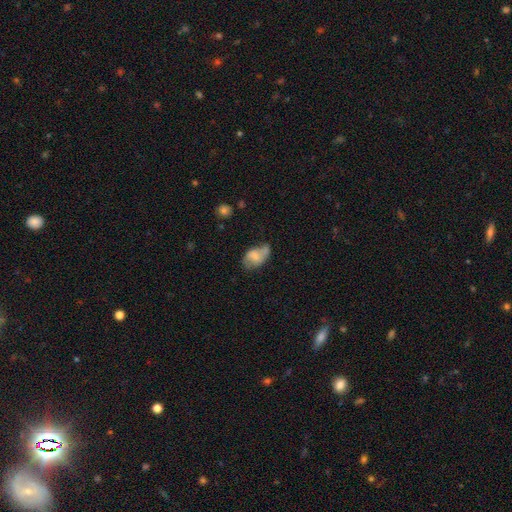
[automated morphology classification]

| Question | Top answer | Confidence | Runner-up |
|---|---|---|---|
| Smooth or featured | smooth | 54% | featured or disk (38%) |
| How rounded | in between | 89% | round (10%) |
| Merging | none | 40% | minor disturbance (34%) |